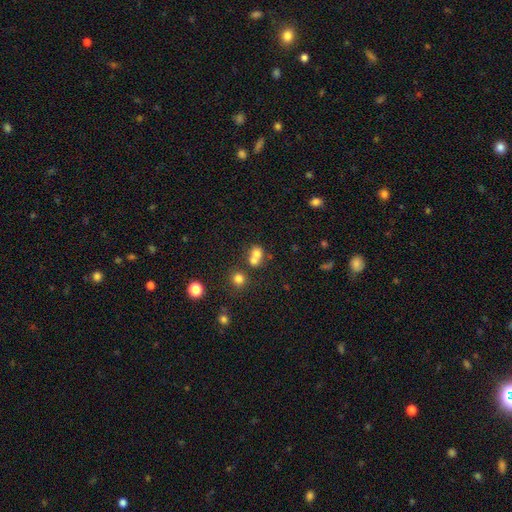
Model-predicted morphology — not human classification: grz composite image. It shows a smooth galaxy with no disk features (70%) that is round (72%). Merging: merger (58%).